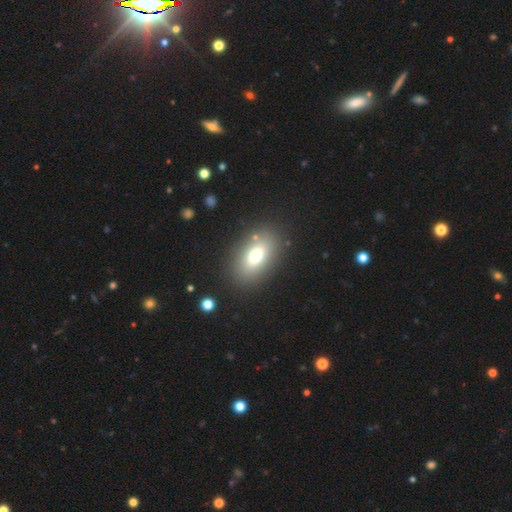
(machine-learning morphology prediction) This is likely a smooth galaxy (72%). How rounded: clearly in between (87%). Merging: clearly none (84%).